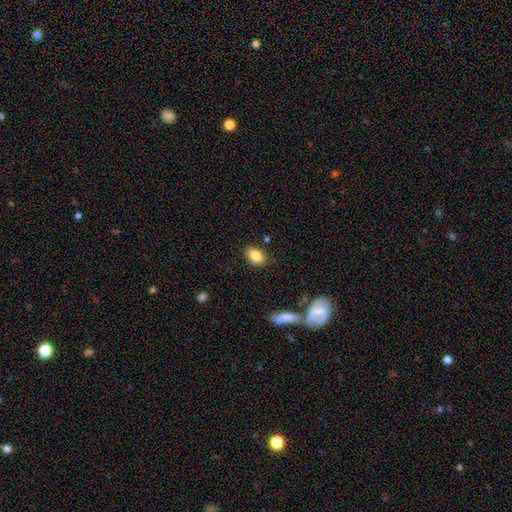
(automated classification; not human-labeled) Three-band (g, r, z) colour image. It shows a smooth galaxy with no disk features (83%) that is in between round and cigar-shaped (84%). Merging: none (83%).